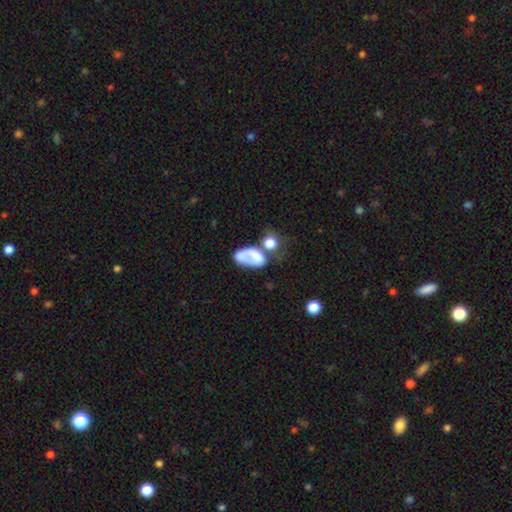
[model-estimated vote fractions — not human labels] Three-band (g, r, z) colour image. It shows a smooth galaxy with no disk features (59%) that is in between round and cigar-shaped (86%). Merging: merger (34%).